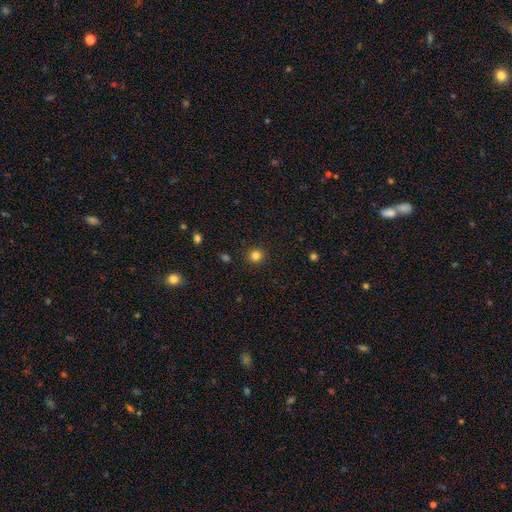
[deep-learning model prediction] Smooth or featured?
  - smooth: 82% *
  - star or artifact: 13%
  - featured or disk: 5%
How rounded?
  - round: 91% *
  - in between: 8%
  - cigar-shaped: 1%
Merging?
  - none: 91% *
  - minor disturbance: 6%
  - major disturbance: 2%
  - merger: 1%